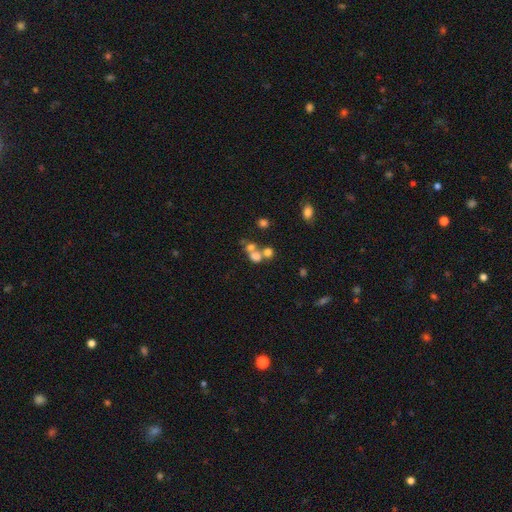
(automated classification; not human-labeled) Smooth or featured? smooth (66%)
How rounded? round (68%)
Merging? merger (54%)